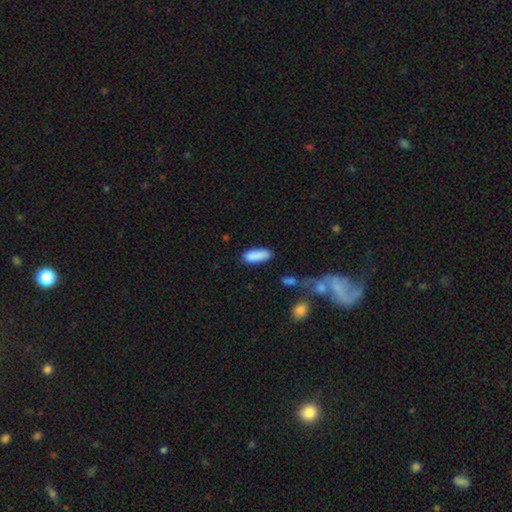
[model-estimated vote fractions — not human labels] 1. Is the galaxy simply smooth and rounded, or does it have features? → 88% smooth, 7% star or artifact, 5% featured or disk.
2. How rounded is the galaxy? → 63% in between, 35% cigar-shaped, 2% round.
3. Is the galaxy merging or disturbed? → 74% none, 18% minor disturbance, 4% merger, 4% major disturbance.